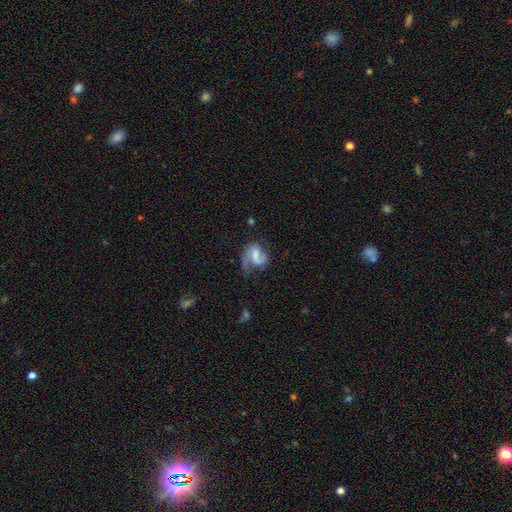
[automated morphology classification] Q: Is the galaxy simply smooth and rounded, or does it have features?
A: featured or disk — 69%.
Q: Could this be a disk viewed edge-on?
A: no — 98%.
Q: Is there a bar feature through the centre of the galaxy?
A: weak — 48%.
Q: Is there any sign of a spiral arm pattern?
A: yes — 89%.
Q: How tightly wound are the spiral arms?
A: medium — 44%.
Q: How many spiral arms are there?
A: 2 — 52%.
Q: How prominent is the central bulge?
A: none — 32%.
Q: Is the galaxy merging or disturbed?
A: none — 38%.